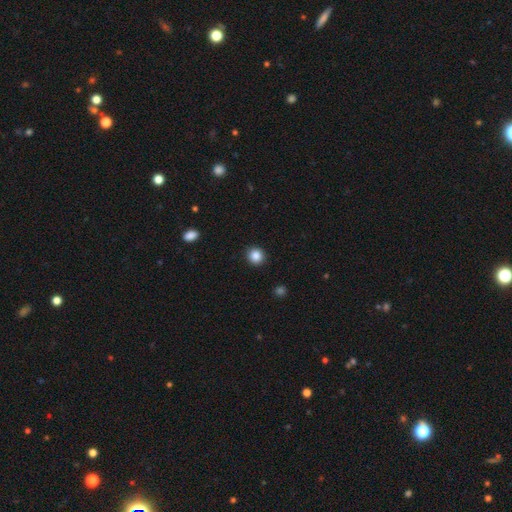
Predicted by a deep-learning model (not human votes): Overall: smooth (86%). How rounded: round (92%). Merging: none (92%).